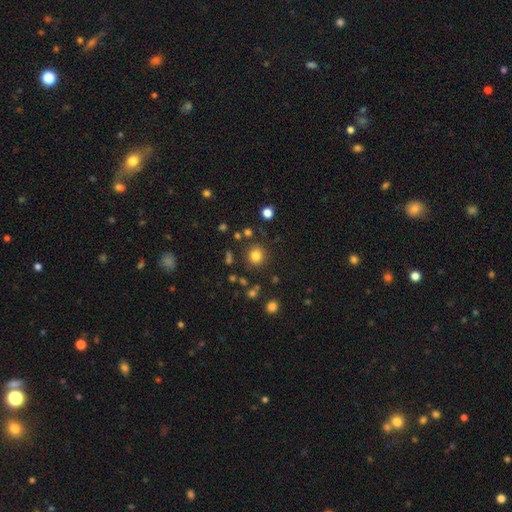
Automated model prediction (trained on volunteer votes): This is clearly a smooth galaxy (81%). How rounded: clearly round (87%). Merging: clearly none (84%).